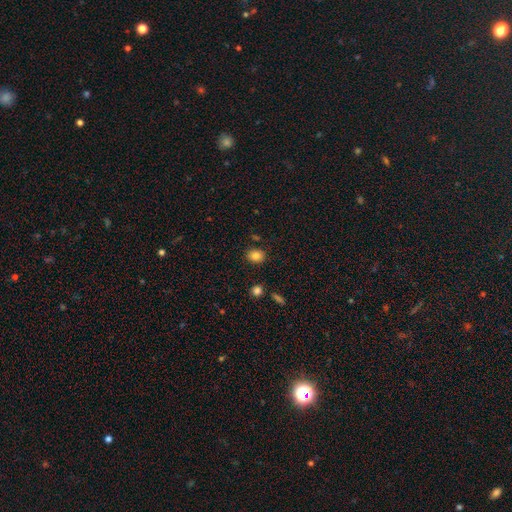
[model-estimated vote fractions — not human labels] Overall: smooth (84%). How rounded: round (55%; in between 44%). Merging: none (84%).